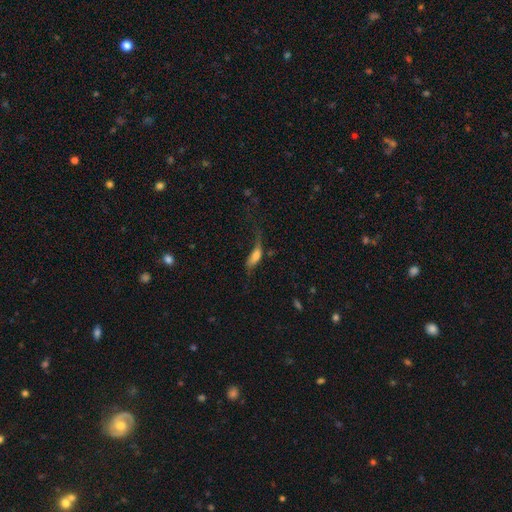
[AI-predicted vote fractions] Smooth or featured?
  - smooth: 58% *
  - featured or disk: 33%
  - star or artifact: 9%
How rounded?
  - in between: 64% *
  - cigar-shaped: 32%
  - round: 4%
Merging?
  - major disturbance: 46% *
  - none: 26%
  - minor disturbance: 23%
  - merger: 5%